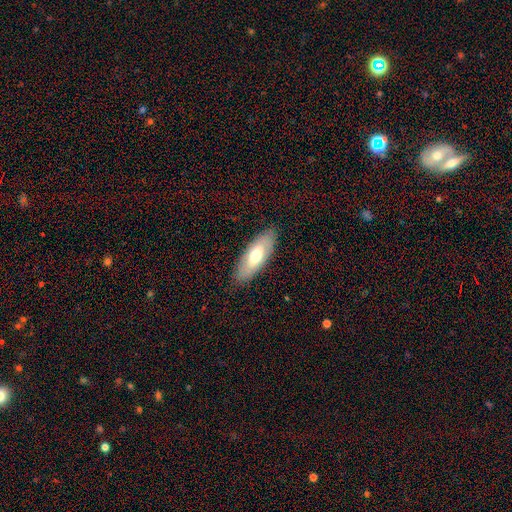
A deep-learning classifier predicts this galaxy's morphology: Q: Smooth or featured?
A: smooth (60%); runner-up: featured or disk (34%)
Q: How rounded?
A: in between (73%); runner-up: cigar-shaped (25%)
Q: Merging?
A: none (86%); runner-up: minor disturbance (10%)